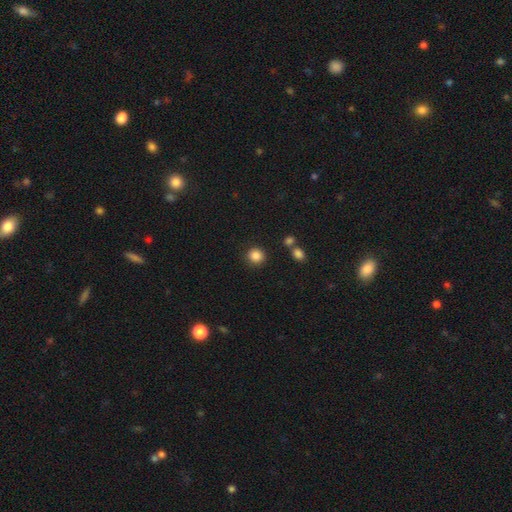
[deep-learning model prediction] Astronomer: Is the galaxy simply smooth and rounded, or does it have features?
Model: smooth — 86%.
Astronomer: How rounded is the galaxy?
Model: round — 89%.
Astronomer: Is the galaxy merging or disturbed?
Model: none — 86%.